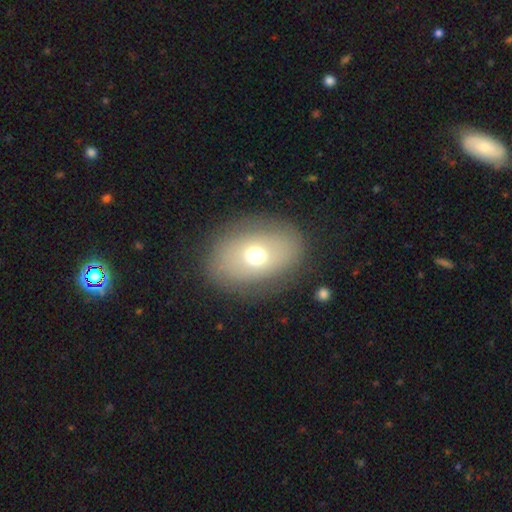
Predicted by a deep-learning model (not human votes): Smooth or featured?
  - smooth: 63% *
  - featured or disk: 26%
  - star or artifact: 11%
How rounded?
  - in between: 75% *
  - round: 24%
  - cigar-shaped: 1%
Merging?
  - none: 81% *
  - minor disturbance: 12%
  - major disturbance: 6%
  - merger: 1%